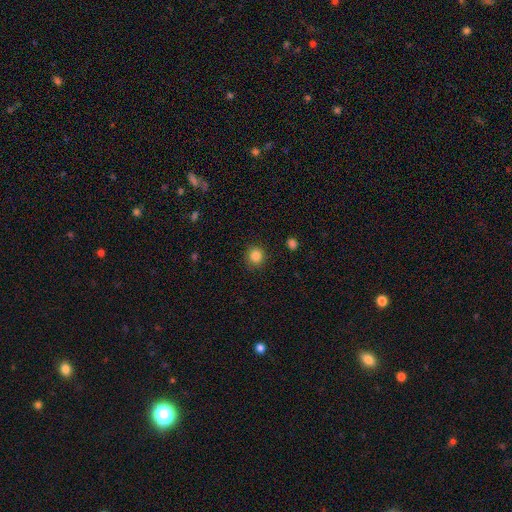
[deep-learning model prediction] This appears to be a smooth galaxy with no disk features (85%) that is round (89%). Merging: none (89%).